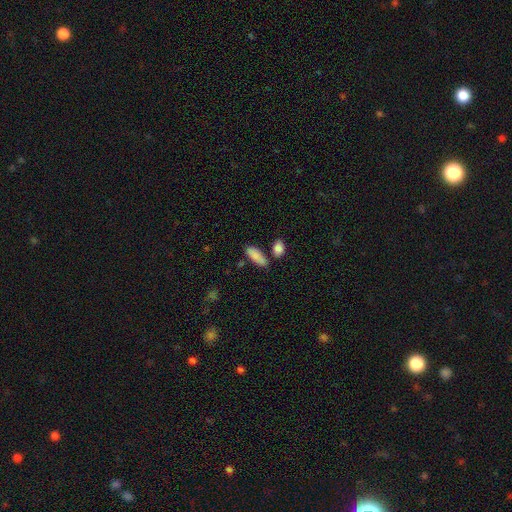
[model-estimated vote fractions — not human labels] Smooth or featured? Predicted: smooth (p=0.87). How rounded? Predicted: in between (p=0.73). Merging? Predicted: none (p=0.69).